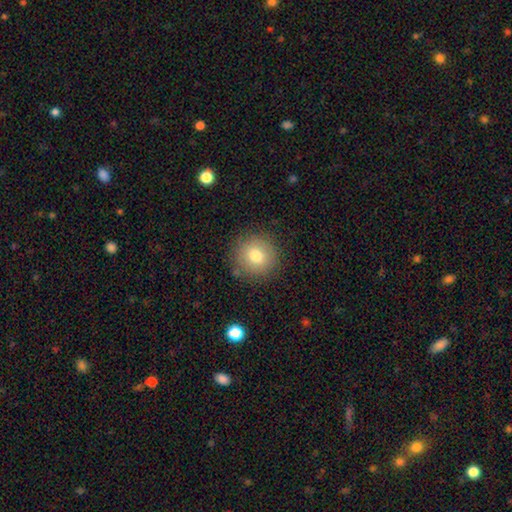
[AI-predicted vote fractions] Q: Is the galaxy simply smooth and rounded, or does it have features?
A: smooth — 77%.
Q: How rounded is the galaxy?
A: round — 93%.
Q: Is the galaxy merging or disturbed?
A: none — 87%.